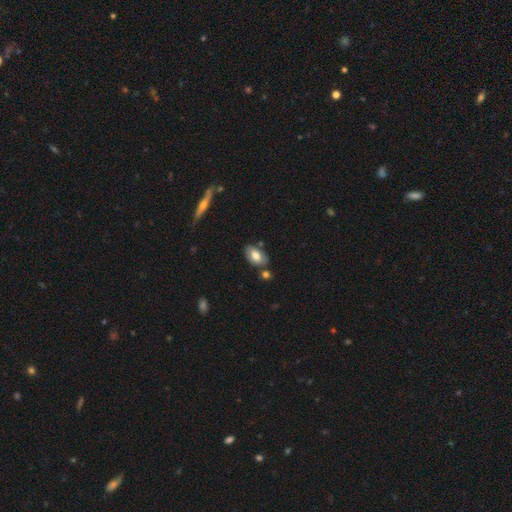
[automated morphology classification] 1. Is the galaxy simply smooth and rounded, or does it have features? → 72% smooth, 21% featured or disk, 7% star or artifact.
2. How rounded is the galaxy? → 93% in between, 5% round, 2% cigar-shaped.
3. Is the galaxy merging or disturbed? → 72% none, 15% minor disturbance, 10% merger, 3% major disturbance.